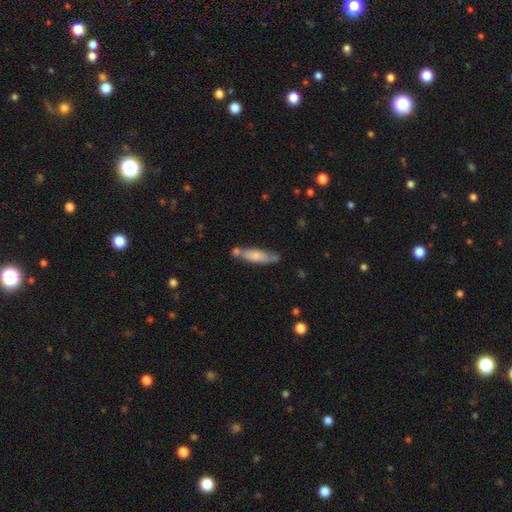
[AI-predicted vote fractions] smooth_or_featured: smooth (p=0.65) [alt: featured or disk p=0.29]
how_rounded: cigar-shaped (p=0.62) [alt: in between p=0.36]
merging: none (p=0.53) [alt: minor disturbance p=0.21]